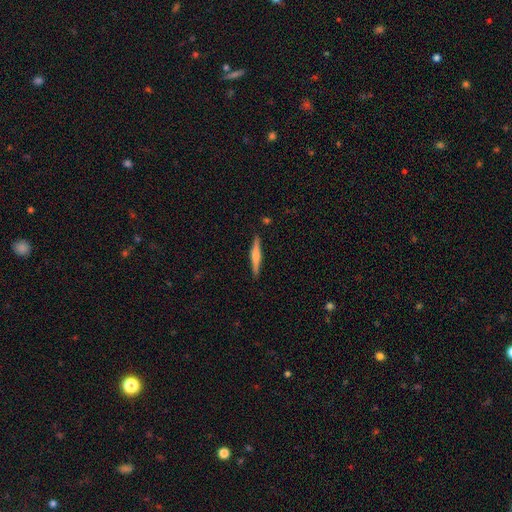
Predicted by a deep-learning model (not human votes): Overall: featured or disk (53%; smooth 41%). Edge-on disk: yes (97%). Edge-on bulge: rounded (77%). Merging: none (90%).